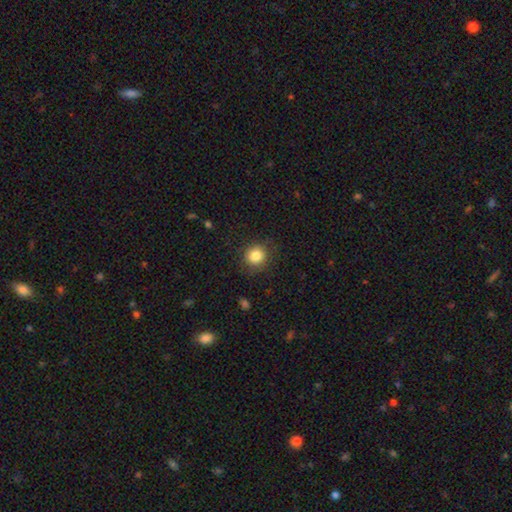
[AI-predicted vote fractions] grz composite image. It shows a smooth galaxy with no disk features (84%) that is round (86%). Merging: none (85%).